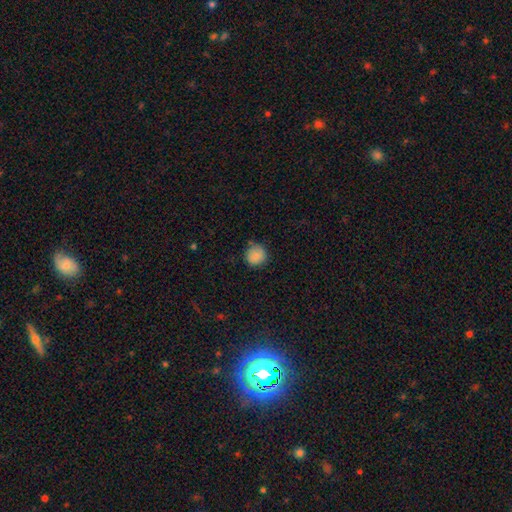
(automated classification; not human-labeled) Morphology: type=smooth (86%); roundness=round (88%); merging=none (78%).